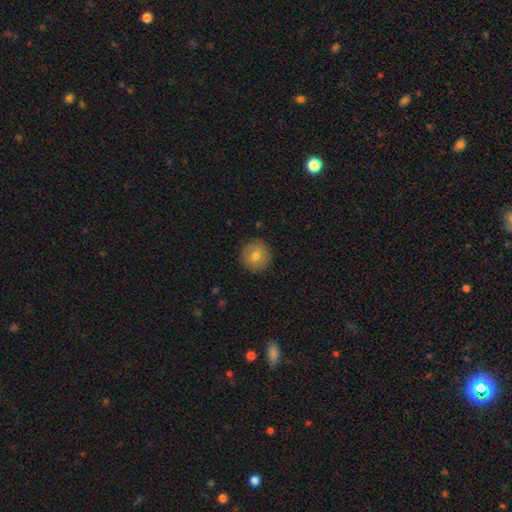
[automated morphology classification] Smooth or featured? smooth (78%)
How rounded? round (95%)
Merging? none (91%)